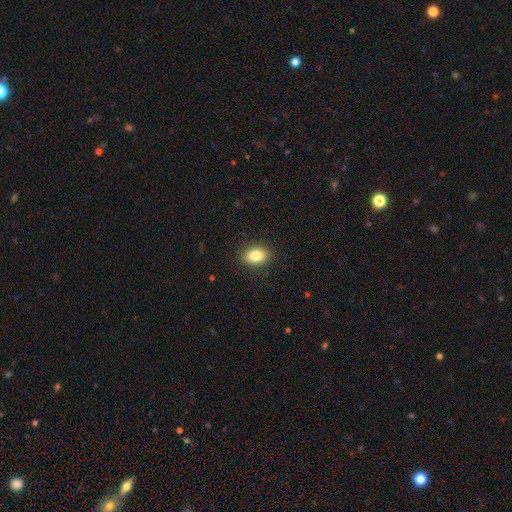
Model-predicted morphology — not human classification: type=smooth (83%); roundness=in between (80%); merging=none (89%).